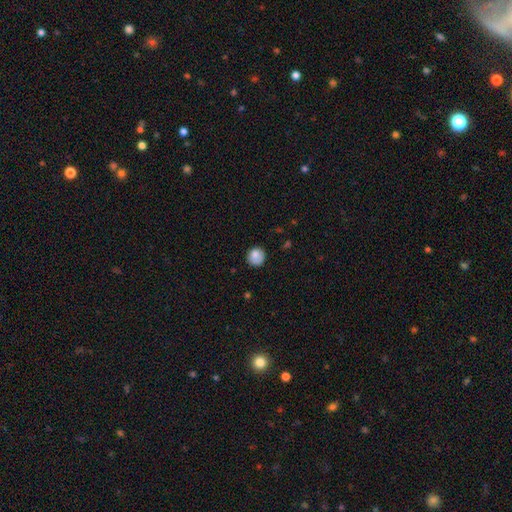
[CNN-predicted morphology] A smooth galaxy with no disk features (80%) that is round (88%).

Vote fractions:
- Smooth or featured? smooth: 80% / featured or disk: 12% / star or artifact: 8%
- How rounded? round: 88% / in between: 11% / cigar-shaped: 1%
- Merging? none: 74% / minor disturbance: 19% / major disturbance: 5% / merger: 2%